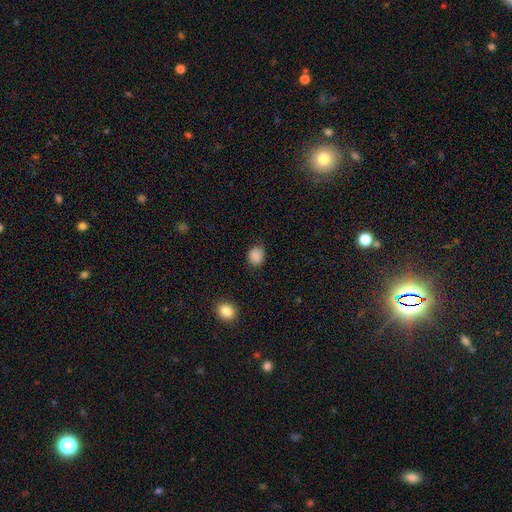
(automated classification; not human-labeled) Smooth or featured? Predicted: smooth (p=0.88). How rounded? Predicted: round (p=0.61). Merging? Predicted: none (p=0.79).